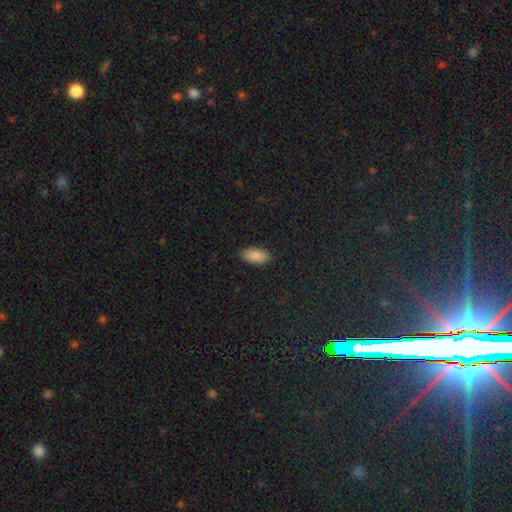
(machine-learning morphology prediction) The model was most divided on "smooth or featured": smooth: 87%, star or artifact: 8%, featured or disk: 5%. More confident: how rounded — in between (93%); merging — none (88%).